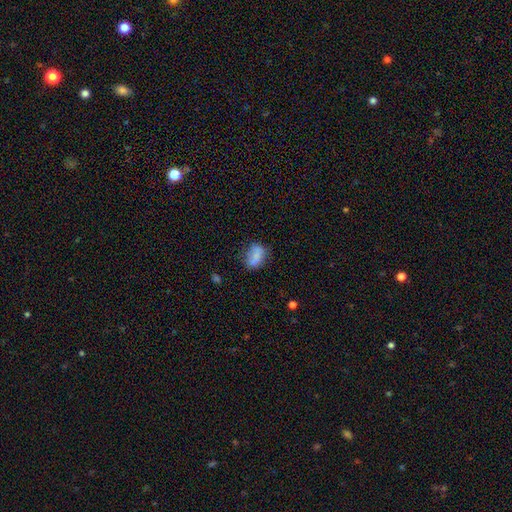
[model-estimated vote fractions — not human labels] Smooth or featured?
  - smooth: 71% *
  - featured or disk: 20%
  - star or artifact: 10%
How rounded?
  - in between: 78% *
  - round: 20%
  - cigar-shaped: 2%
Merging?
  - none: 58% *
  - minor disturbance: 27%
  - major disturbance: 10%
  - merger: 5%